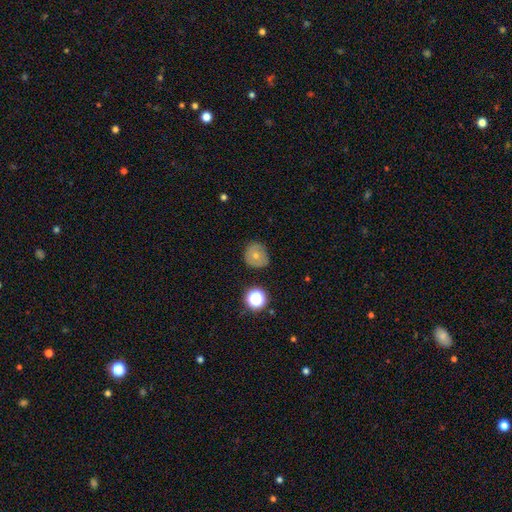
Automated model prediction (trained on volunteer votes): Overall: smooth (62%; featured or disk 26%). How rounded: round (88%). Merging: none (81%).